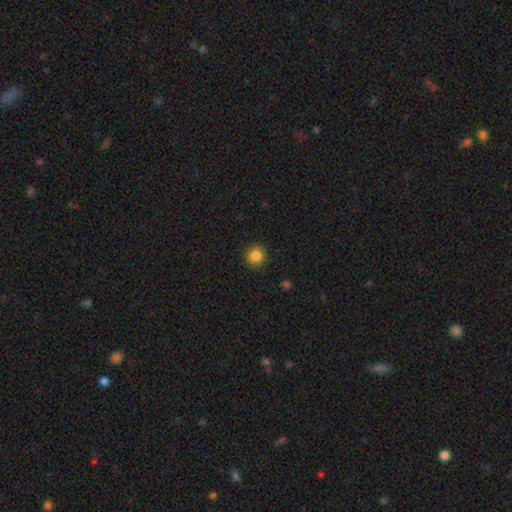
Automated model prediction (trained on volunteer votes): The model was most divided on "smooth or featured": smooth: 85%, star or artifact: 10%, featured or disk: 5%. More confident: how rounded — round (93%); merging — none (91%).